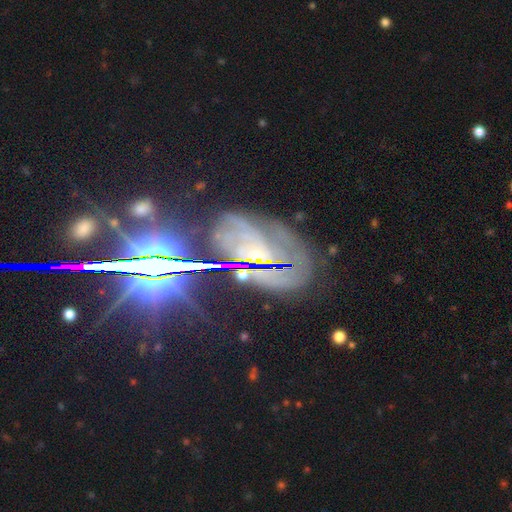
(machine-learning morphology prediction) A featured or disk galaxy (68%) with no bar (51%), 2 (32%, tied with can't tell) tight (57%) spiral arms (93%) and a small central bulge (68%). Merging: none (61%).